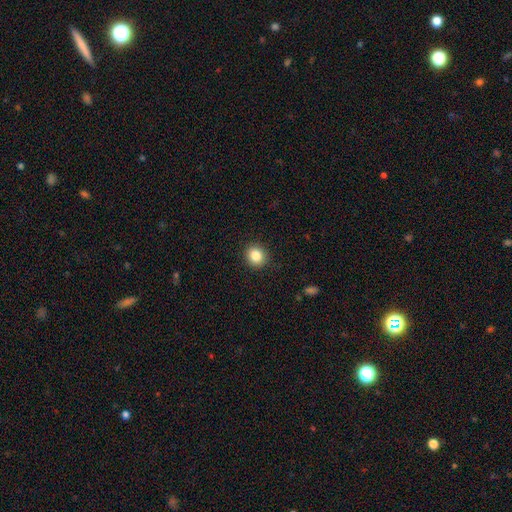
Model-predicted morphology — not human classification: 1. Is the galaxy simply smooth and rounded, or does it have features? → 85% smooth, 10% star or artifact, 5% featured or disk.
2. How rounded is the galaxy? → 87% round, 12% in between, 1% cigar-shaped.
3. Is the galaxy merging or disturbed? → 92% none, 5% minor disturbance, 2% major disturbance, 1% merger.